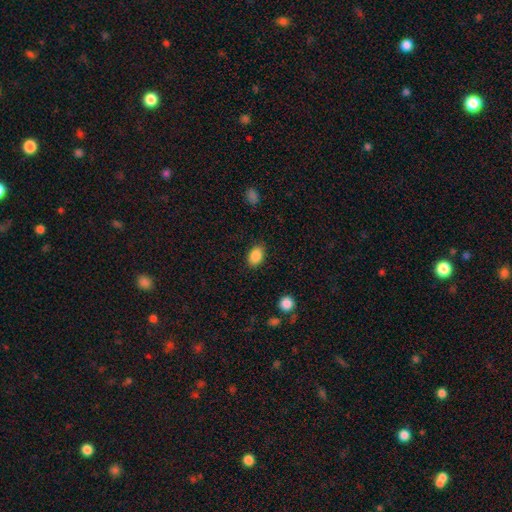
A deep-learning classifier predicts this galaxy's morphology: smooth_or_featured: smooth (p=0.88) [alt: star or artifact p=0.09]
how_rounded: in between (p=0.82) [alt: round p=0.16]
merging: none (p=0.85) [alt: minor disturbance p=0.11]